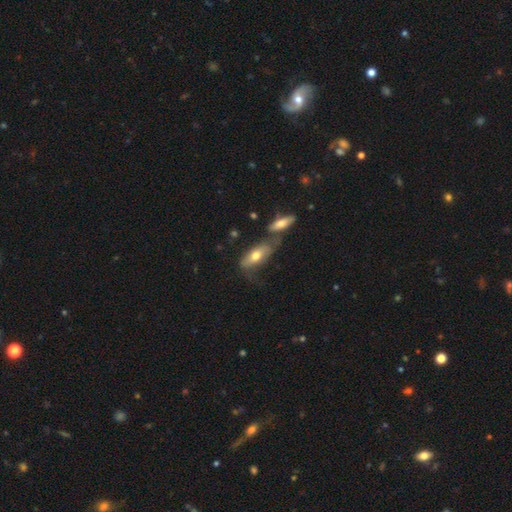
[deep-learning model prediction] smooth-or-featured: smooth: 57% | featured or disk: 36% | star or artifact: 6%
  how-rounded: in between: 72% | cigar-shaped: 25% | round: 2%
  merging: none: 34% | merger: 33% | minor disturbance: 21% | major disturbance: 12%